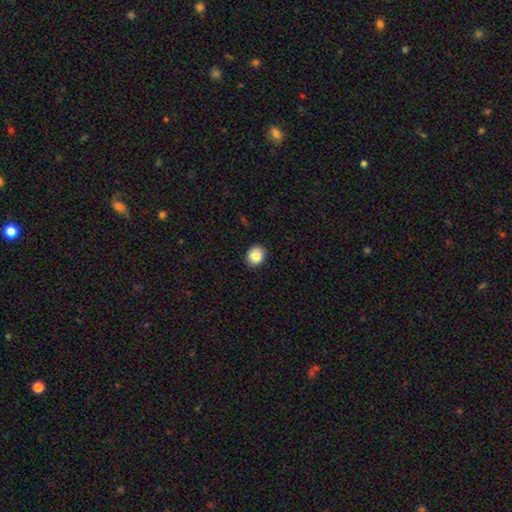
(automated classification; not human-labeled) Smooth or featured? Predicted: smooth (p=0.86). How rounded? Predicted: round (p=0.58). Merging? Predicted: none (p=0.91).